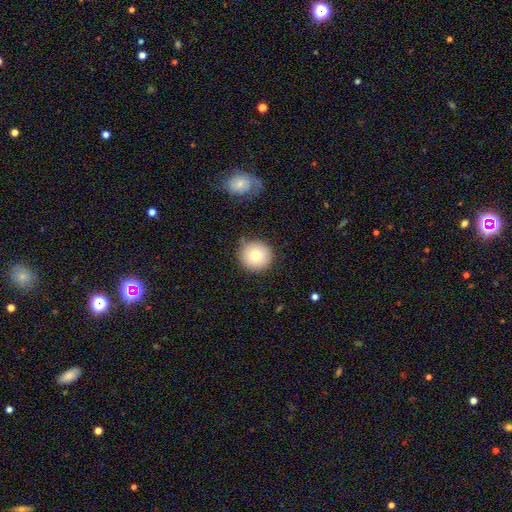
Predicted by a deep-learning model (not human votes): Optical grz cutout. It shows a smooth galaxy with no disk features (79%) that is round (94%). Merging: none (80%).